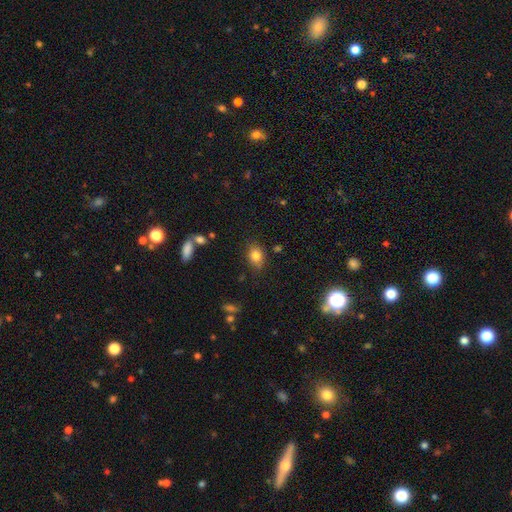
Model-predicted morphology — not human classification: This appears to be a smooth galaxy with no disk features (82%) that is in between round and cigar-shaped (67%). Merging: none (80%).